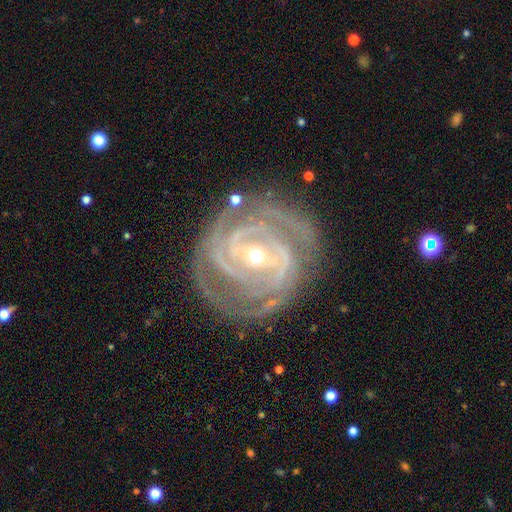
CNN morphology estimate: featured or disk 92%, star or artifact 5%, smooth 3%. Down the decision tree: edge-on disk — no (97%); bar — strong (46%); spiral arms — yes (98%); spiral arm count — 3 (31%); spiral winding — tight (78%); bulge size — small (58%); merging — none (80%).